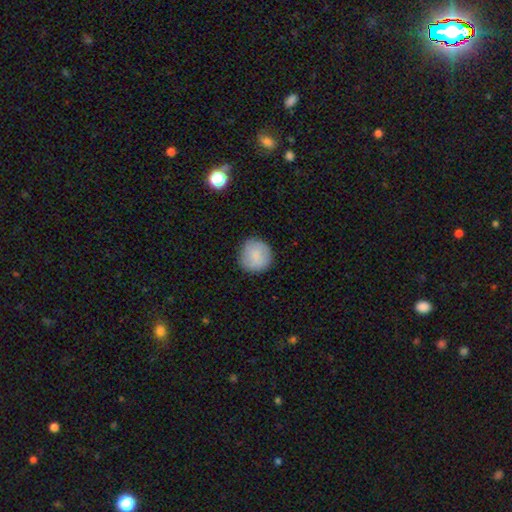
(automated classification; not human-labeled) Morphology: type=smooth (81%); roundness=round (93%); merging=none (86%).